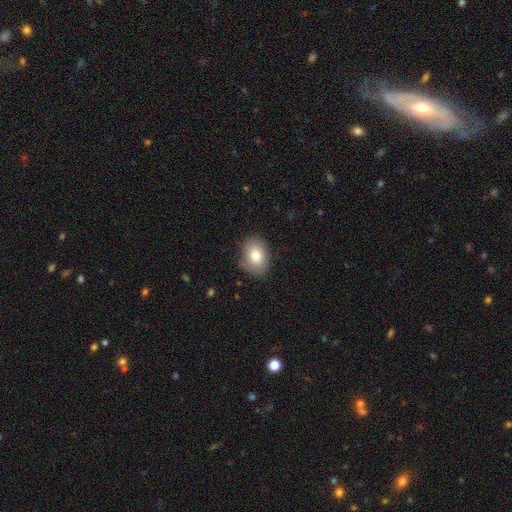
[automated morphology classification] A smooth galaxy with no disk features (79%) that is in between round and cigar-shaped (66%).

Vote fractions:
- Smooth or featured? smooth: 79% / featured or disk: 13% / star or artifact: 8%
- How rounded? in between: 66% / round: 33% / cigar-shaped: 1%
- Merging? none: 81% / minor disturbance: 15% / major disturbance: 3% / merger: 1%